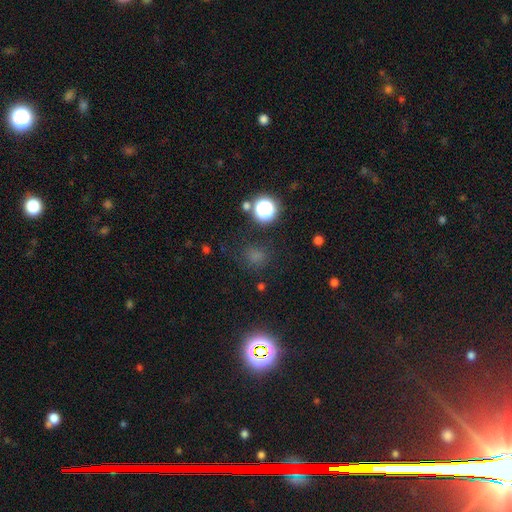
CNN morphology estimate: The model was most divided on "smooth or featured": smooth: 60%, star or artifact: 34%, featured or disk: 6%. More confident: how rounded — round (80%); merging — none (76%).